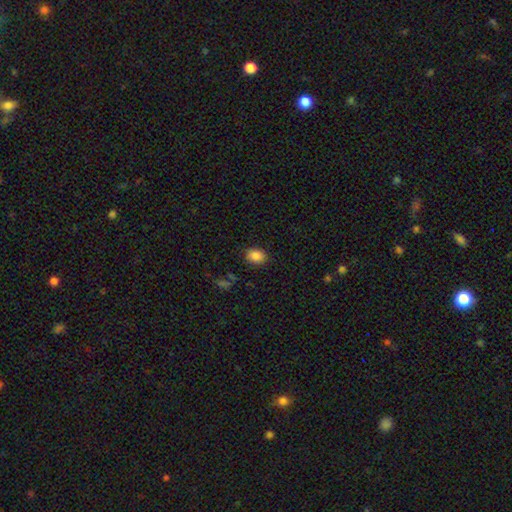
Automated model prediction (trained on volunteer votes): Smooth or featured: smooth — 86% (star or artifact — 10%)
How rounded: in between — 65% (round — 34%)
Merging: none — 87% (minor disturbance — 9%)